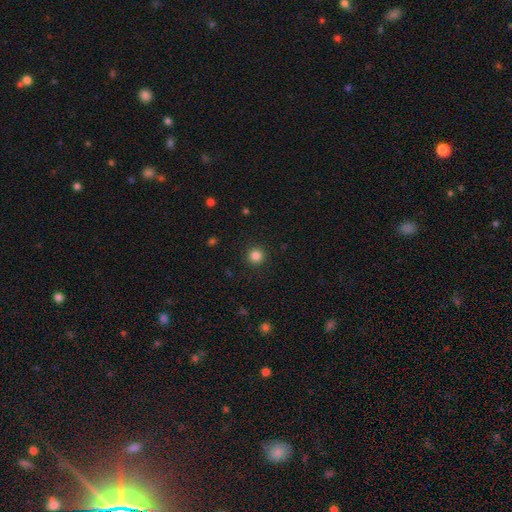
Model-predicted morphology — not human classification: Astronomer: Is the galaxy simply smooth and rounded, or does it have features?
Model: smooth — 84%.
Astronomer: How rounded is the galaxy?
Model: round — 95%.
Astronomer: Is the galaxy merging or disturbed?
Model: none — 92%.